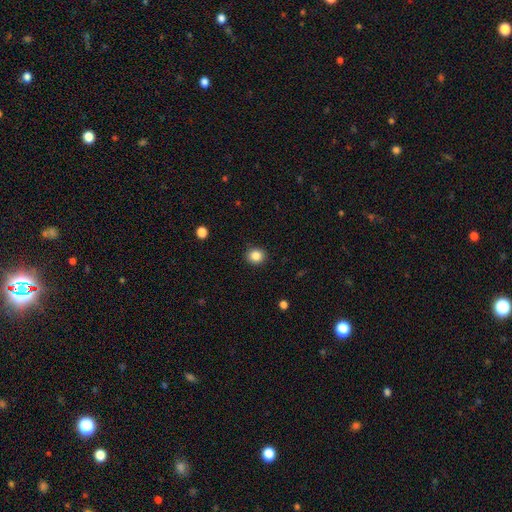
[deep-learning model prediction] The model was most divided on "how rounded": round: 77%, in between: 22%, cigar-shaped: 1%. More confident: merging — none (90%); smooth or featured — smooth (87%).